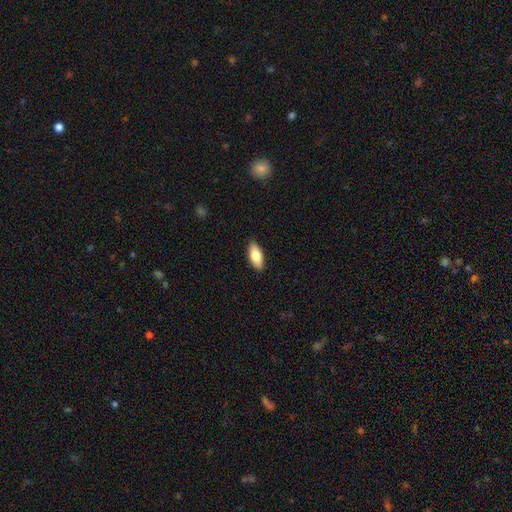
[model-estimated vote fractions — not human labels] Smooth or featured: smooth — 80% (featured or disk — 14%)
How rounded: in between — 86% (cigar-shaped — 12%)
Merging: none — 89% (minor disturbance — 8%)